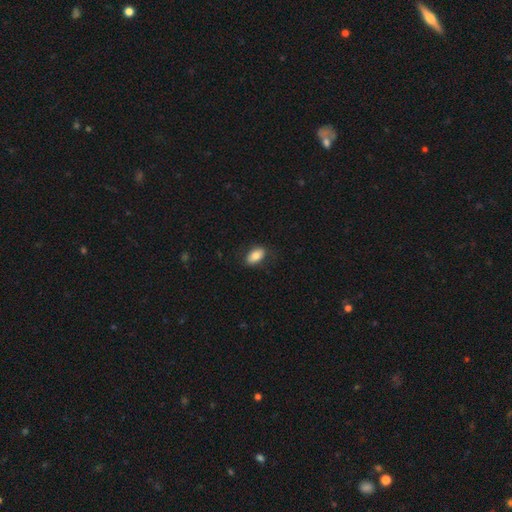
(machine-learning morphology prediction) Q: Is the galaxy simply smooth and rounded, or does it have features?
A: smooth — 80%.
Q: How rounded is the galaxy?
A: in between — 90%.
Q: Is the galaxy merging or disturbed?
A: none — 82%.